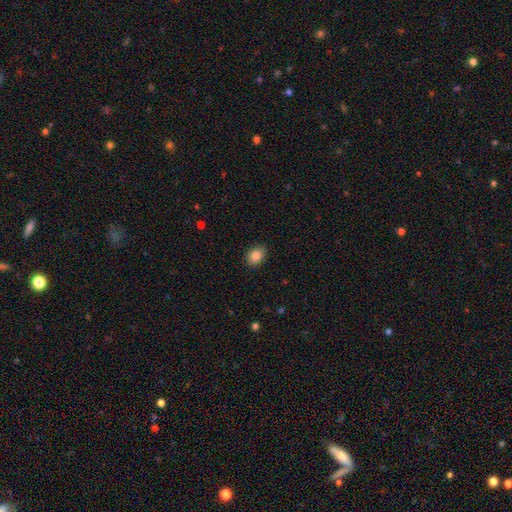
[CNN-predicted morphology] Smooth or featured: smooth — 86% (star or artifact — 9%)
How rounded: in between — 64% (round — 35%)
Merging: none — 89% (minor disturbance — 8%)